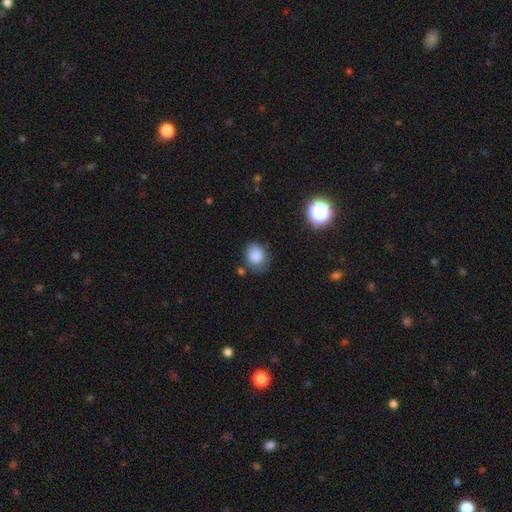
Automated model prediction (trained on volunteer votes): Smooth or featured? smooth (84%)
How rounded? round (58%)
Merging? none (65%)